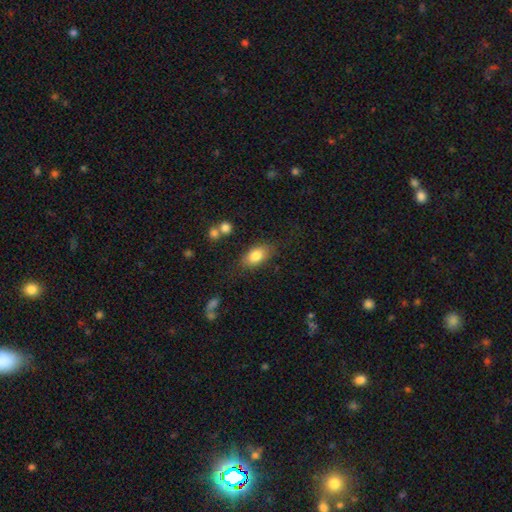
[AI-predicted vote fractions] smooth 81%, featured or disk 11%, star or artifact 8%. Down the decision tree: how rounded — in between (88%); merging — none (77%).